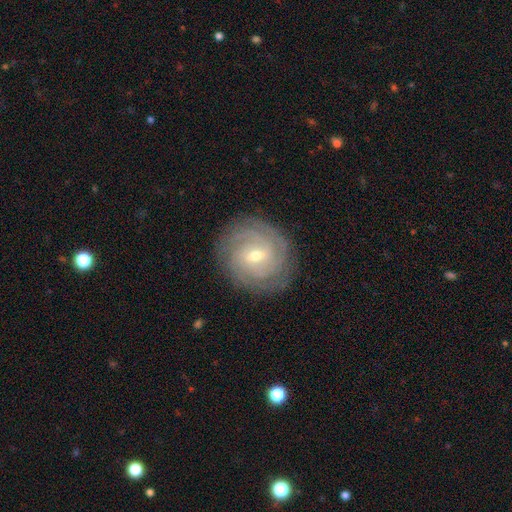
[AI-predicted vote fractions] Smooth or featured: featured or disk — 84% (smooth — 10%)
Edge-on disk: no — 97% (yes — 3%)
Bar: weak — 57% (no — 28%)
Spiral arms: yes — 97% (no — 3%)
Spiral winding: tight — 79% (medium — 18%)
Spiral arm count: can't tell — 26% (3 — 24%)
Bulge size: small — 51% (moderate — 46%)
Merging: none — 85% (minor disturbance — 10%)